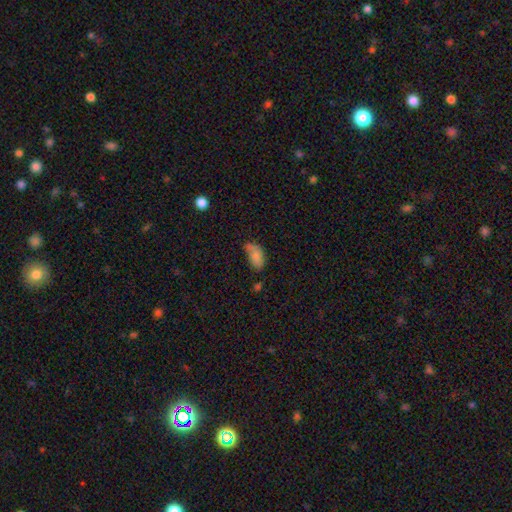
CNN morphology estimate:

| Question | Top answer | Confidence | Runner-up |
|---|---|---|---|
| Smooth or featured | smooth | 78% | featured or disk (13%) |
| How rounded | in between | 92% | round (5%) |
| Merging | none | 41% | minor disturbance (37%) |